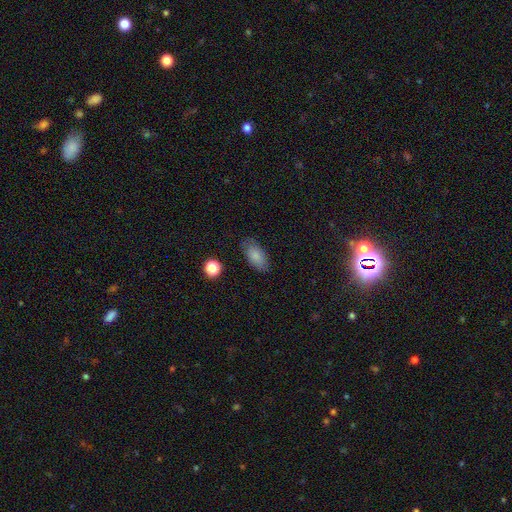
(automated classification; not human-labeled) Smooth or featured?
  - smooth: 83% *
  - featured or disk: 9%
  - star or artifact: 8%
How rounded?
  - in between: 91% *
  - cigar-shaped: 5%
  - round: 4%
Merging?
  - none: 75% *
  - minor disturbance: 18%
  - major disturbance: 5%
  - merger: 2%